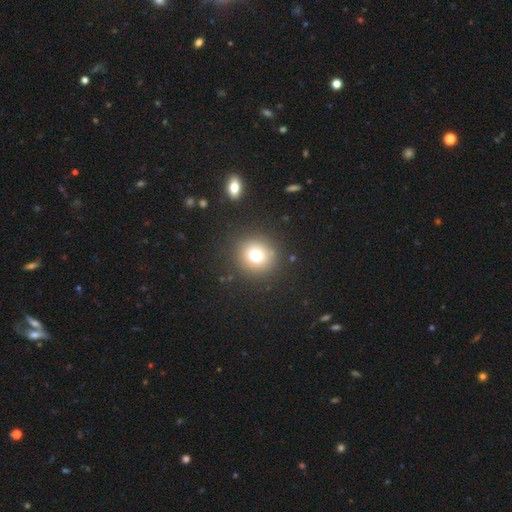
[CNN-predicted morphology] Q: Smooth or featured?
A: smooth (75%); runner-up: star or artifact (14%)
Q: How rounded?
A: round (88%); runner-up: in between (11%)
Q: Merging?
A: none (87%); runner-up: minor disturbance (8%)